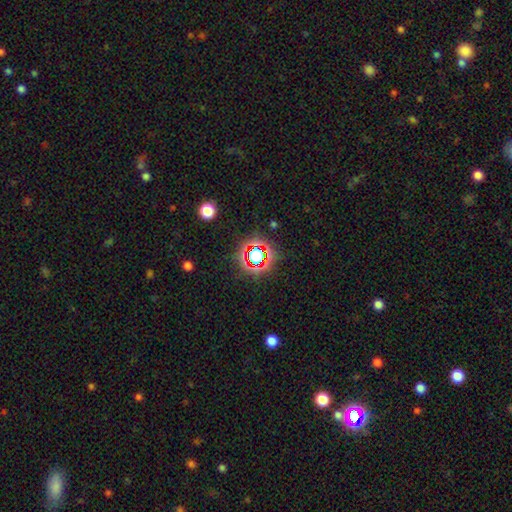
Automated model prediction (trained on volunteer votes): Smooth or featured: star or artifact — 68% (smooth — 21%)